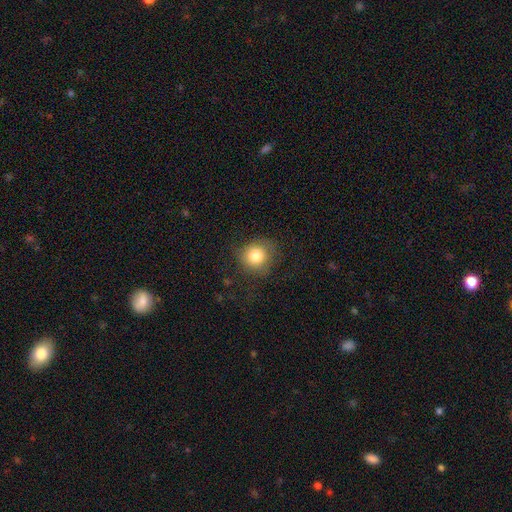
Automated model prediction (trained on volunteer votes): A smooth galaxy with no disk features (82%) that is round (88%). Merging: none (74%).